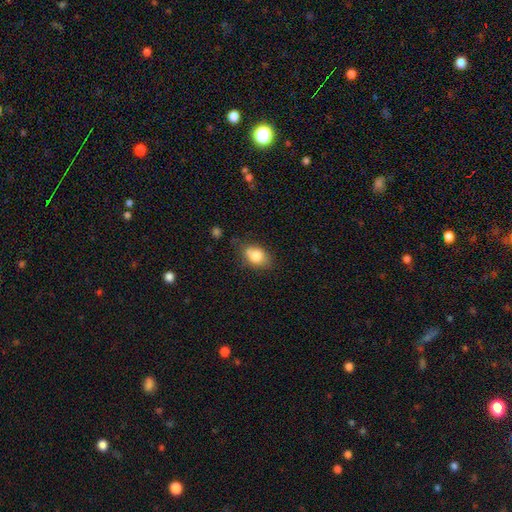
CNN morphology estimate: A smooth galaxy with no disk features (81%) that is in between round and cigar-shaped (71%). Merging: none (58%).